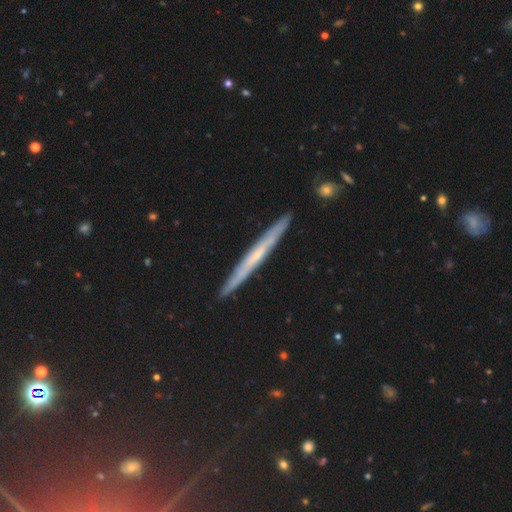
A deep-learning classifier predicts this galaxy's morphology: Q: Smooth or featured?
A: featured or disk (64%); runner-up: smooth (29%)
Q: Edge-on disk?
A: yes (94%); runner-up: no (6%)
Q: Edge-on bulge?
A: none (70%); runner-up: rounded (25%)
Q: Merging?
A: none (90%); runner-up: minor disturbance (7%)